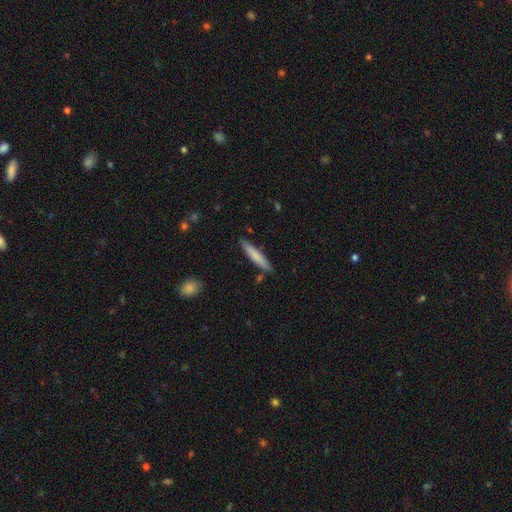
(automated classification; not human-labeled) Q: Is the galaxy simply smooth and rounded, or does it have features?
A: smooth — 76%.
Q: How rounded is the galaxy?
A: cigar-shaped — 90%.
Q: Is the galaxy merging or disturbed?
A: none — 85%.